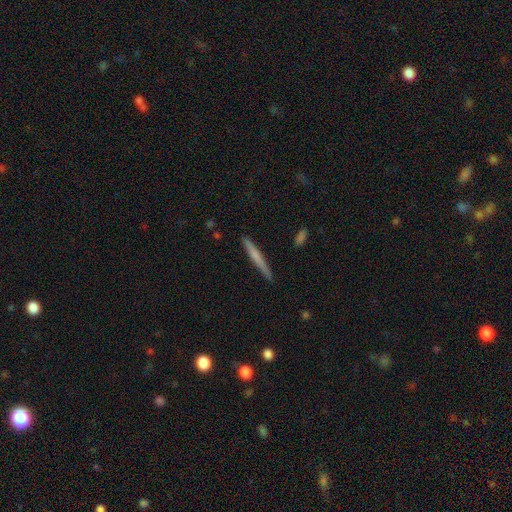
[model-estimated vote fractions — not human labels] Smooth or featured? Predicted: smooth (p=0.58). How rounded? Predicted: cigar-shaped (p=0.96). Merging? Predicted: none (p=0.89).